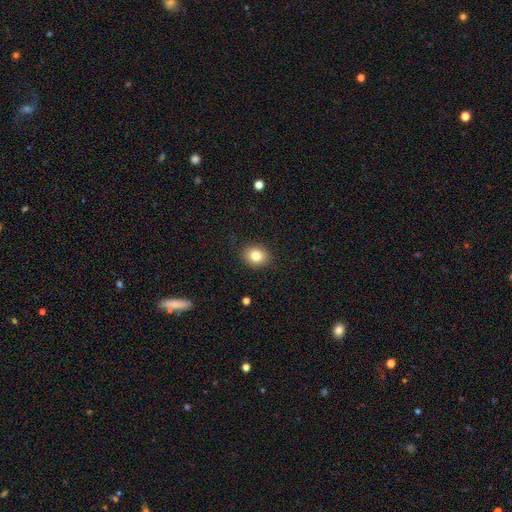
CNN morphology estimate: Smooth or featured? smooth (81%)
How rounded? round (61%)
Merging? none (88%)